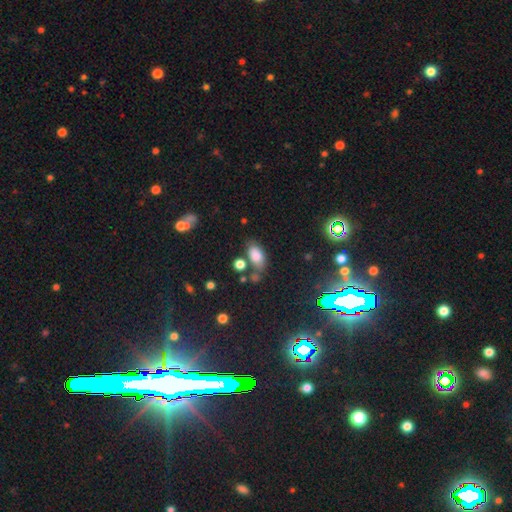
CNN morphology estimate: Overall: smooth (79%). How rounded: in between (89%). Merging: none (55%; minor disturbance 22%).